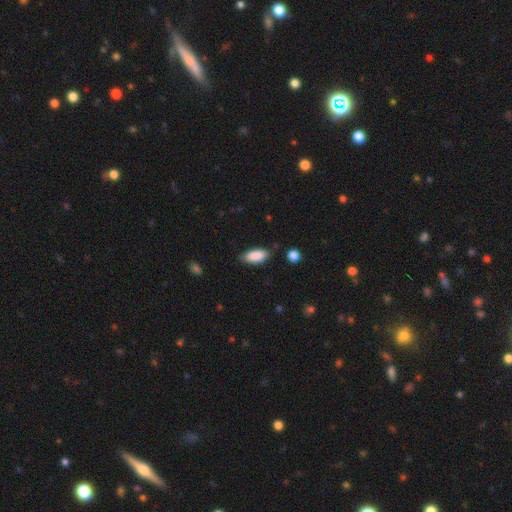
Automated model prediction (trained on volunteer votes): smooth 88%, star or artifact 6%, featured or disk 6%. Down the decision tree: how rounded — in between (85%); merging — none (79%).